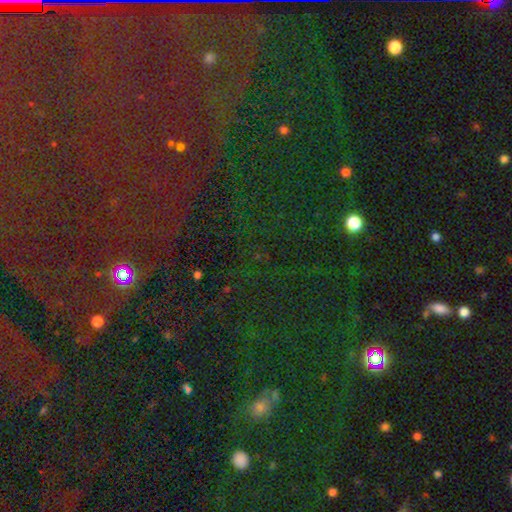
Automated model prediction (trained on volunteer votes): smooth_or_featured: star or artifact (p=0.78) [alt: smooth p=0.13]